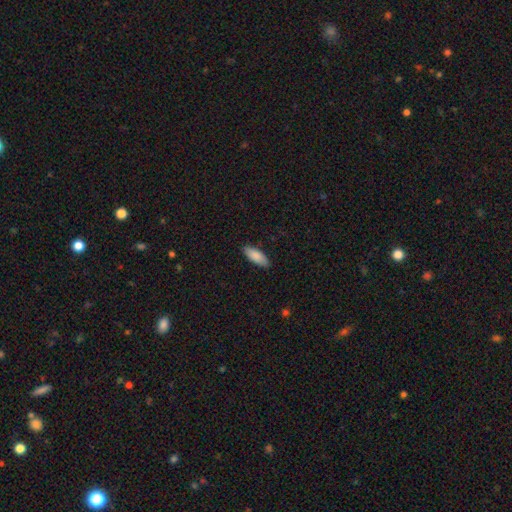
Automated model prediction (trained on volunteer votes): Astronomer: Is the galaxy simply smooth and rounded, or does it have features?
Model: smooth — 88%.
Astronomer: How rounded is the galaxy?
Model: in between — 75%.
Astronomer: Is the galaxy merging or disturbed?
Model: none — 87%.